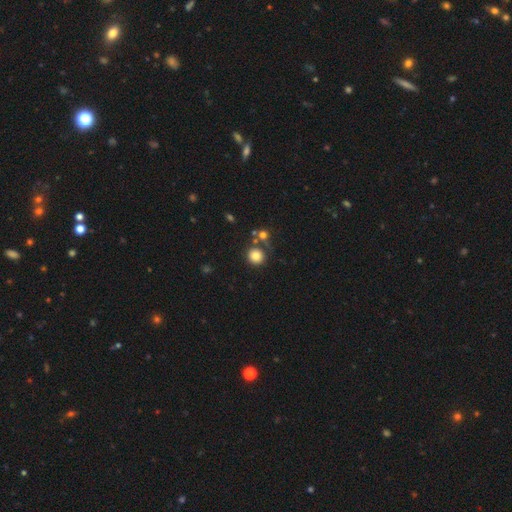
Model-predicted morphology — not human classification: This is clearly a smooth galaxy (81%). How rounded: clearly round (91%). Merging: likely none (75%).